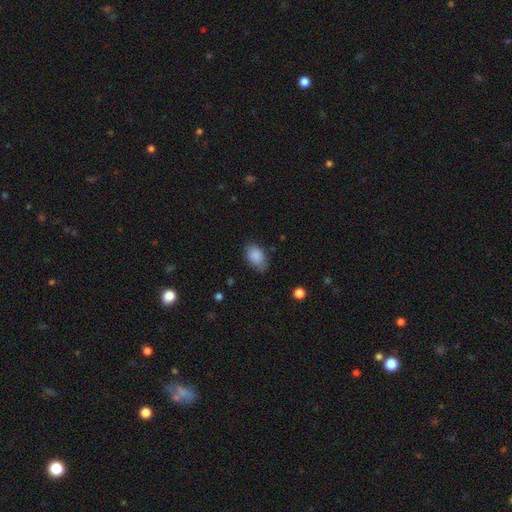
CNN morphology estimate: Smooth or featured: smooth — 86% (star or artifact — 7%)
How rounded: in between — 87% (round — 11%)
Merging: none — 68% (minor disturbance — 25%)